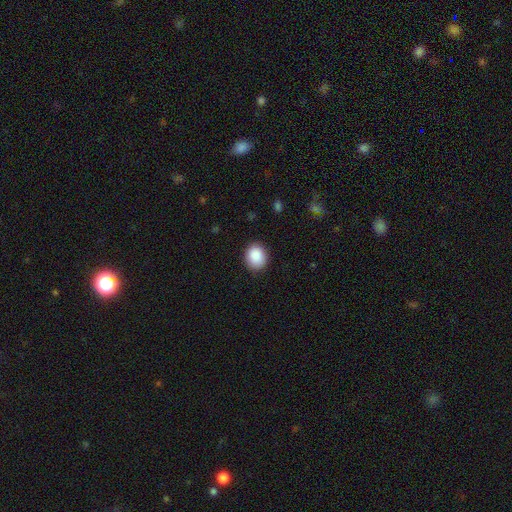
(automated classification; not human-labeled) smooth 89%, star or artifact 8%, featured or disk 3%. Down the decision tree: how rounded — round (65%); merging — none (88%).